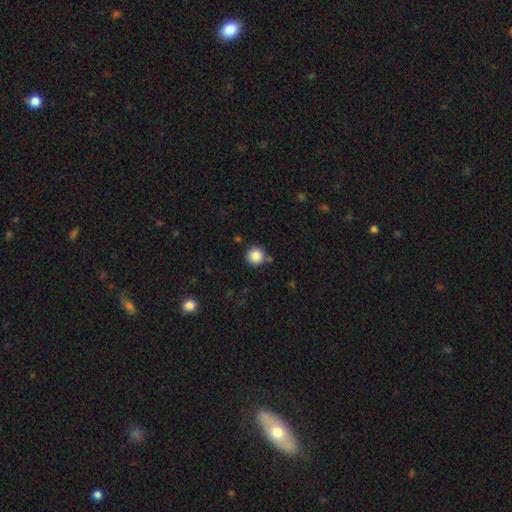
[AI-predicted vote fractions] This appears to be a smooth galaxy with no disk features (86%) that is round (95%). Merging: none (82%).